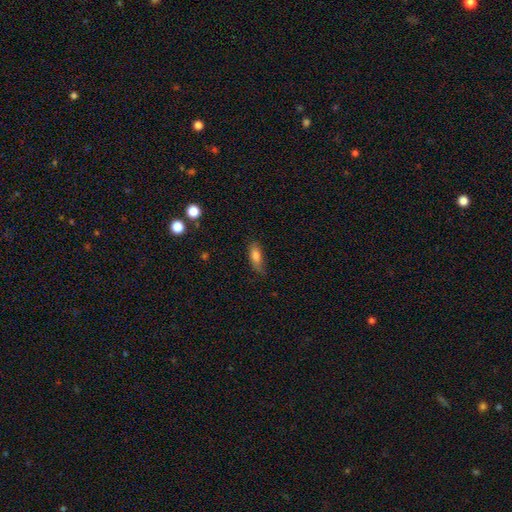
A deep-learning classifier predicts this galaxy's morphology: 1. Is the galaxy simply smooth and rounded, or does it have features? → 78% smooth, 14% featured or disk, 8% star or artifact.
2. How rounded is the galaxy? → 71% in between, 26% cigar-shaped, 3% round.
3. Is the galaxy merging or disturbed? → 69% none, 24% minor disturbance, 6% major disturbance, 2% merger.